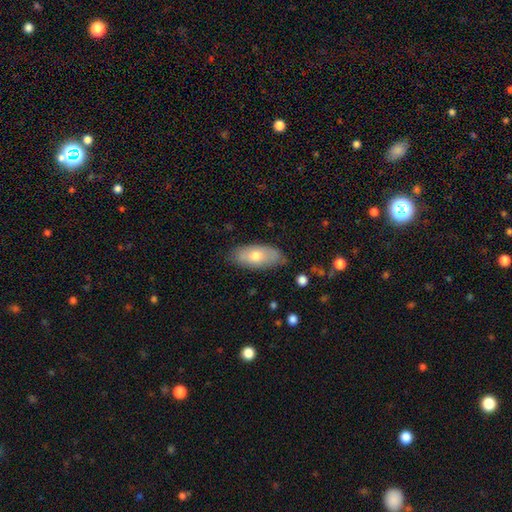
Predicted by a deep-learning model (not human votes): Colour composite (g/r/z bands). It shows a smooth galaxy with no disk features (67%) that is in between round and cigar-shaped (88%). Merging: none (77%).